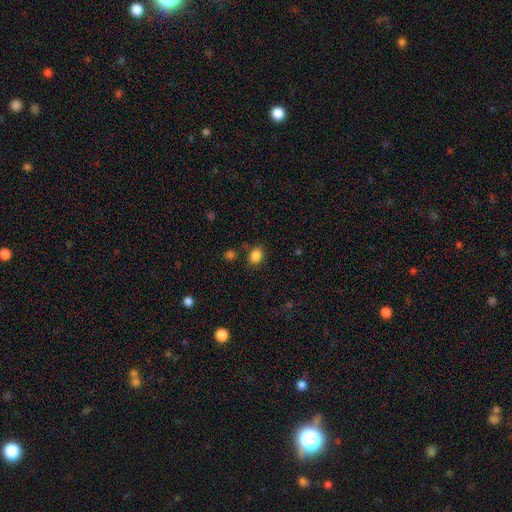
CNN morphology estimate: smooth_or_featured: smooth (p=0.85) [alt: star or artifact p=0.11]
how_rounded: in between (p=0.58) [alt: round p=0.41]
merging: none (p=0.78) [alt: minor disturbance p=0.13]